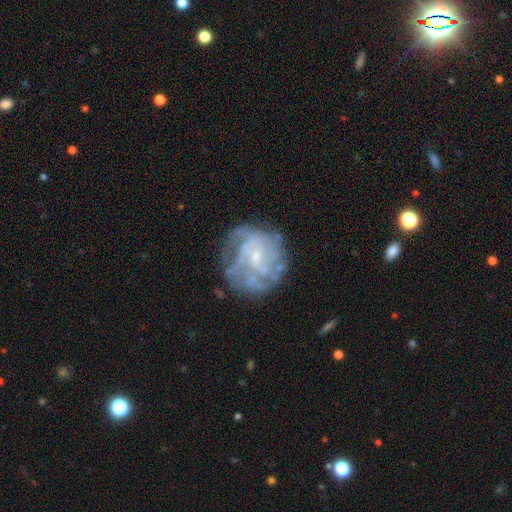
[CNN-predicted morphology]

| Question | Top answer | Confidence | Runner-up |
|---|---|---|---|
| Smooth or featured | featured or disk | 74% | smooth (17%) |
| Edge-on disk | no | 98% | yes (2%) |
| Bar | no | 61% | weak (33%) |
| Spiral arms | yes | 75% | no (25%) |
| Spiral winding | tight | 46% | medium (35%) |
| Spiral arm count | can't tell | 48% | 4 (17%) |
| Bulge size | small | 70% | moderate (17%) |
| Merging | none | 65% | minor disturbance (19%) |